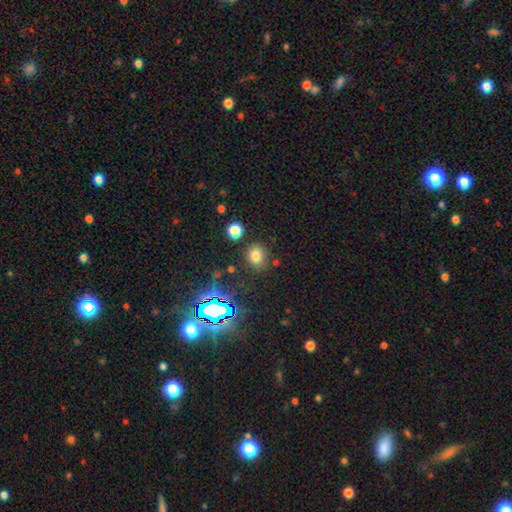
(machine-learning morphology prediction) Q: Smooth or featured?
A: smooth (72%); runner-up: star or artifact (21%)
Q: How rounded?
A: round (66%); runner-up: in between (33%)
Q: Merging?
A: none (78%); runner-up: minor disturbance (12%)